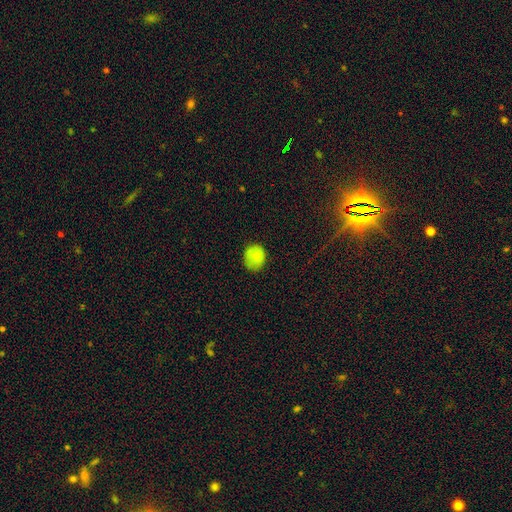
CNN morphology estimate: Smooth or featured: smooth — 80% (featured or disk — 11%)
How rounded: round — 68% (in between — 31%)
Merging: none — 71% (minor disturbance — 22%)